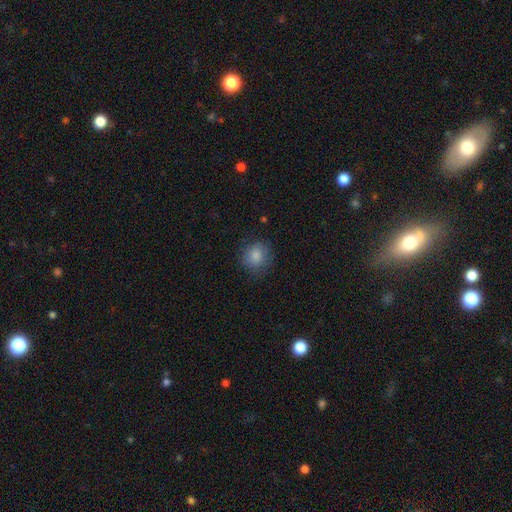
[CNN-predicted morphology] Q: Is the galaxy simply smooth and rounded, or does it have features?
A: smooth — 85%.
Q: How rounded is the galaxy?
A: round — 83%.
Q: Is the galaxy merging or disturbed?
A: none — 79%.